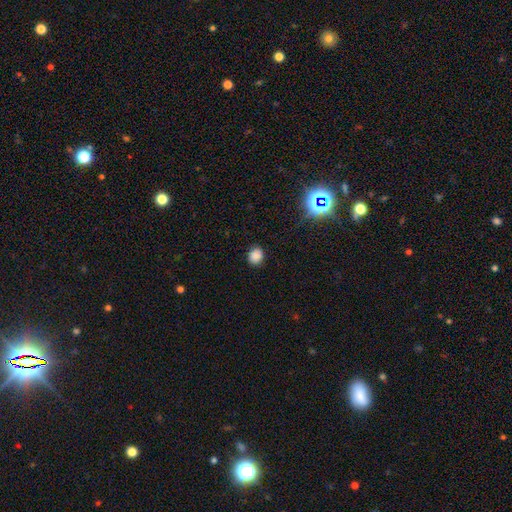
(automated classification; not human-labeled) Smooth or featured?
  - smooth: 83% *
  - star or artifact: 13%
  - featured or disk: 4%
How rounded?
  - round: 72% *
  - in between: 27%
  - cigar-shaped: 1%
Merging?
  - none: 86% *
  - minor disturbance: 11%
  - major disturbance: 3%
  - merger: 1%